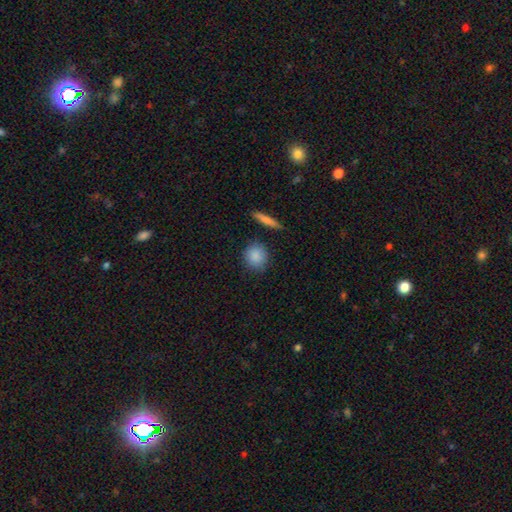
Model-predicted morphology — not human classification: smooth_or_featured: smooth (p=0.88) [alt: star or artifact p=0.07]
how_rounded: round (p=0.74) [alt: in between p=0.23]
merging: none (p=0.84) [alt: minor disturbance p=0.10]